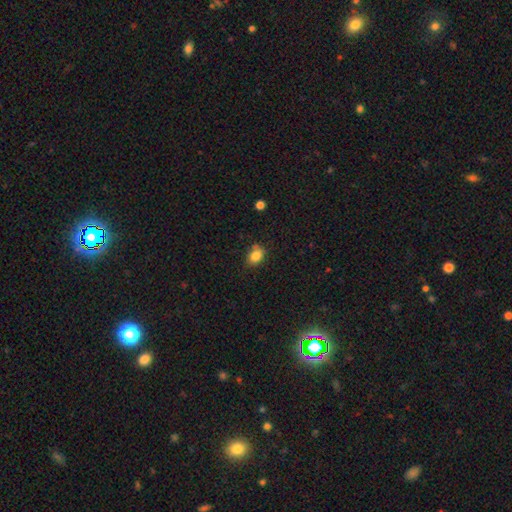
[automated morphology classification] Overall: smooth (84%). How rounded: in between (73%). Merging: none (72%).